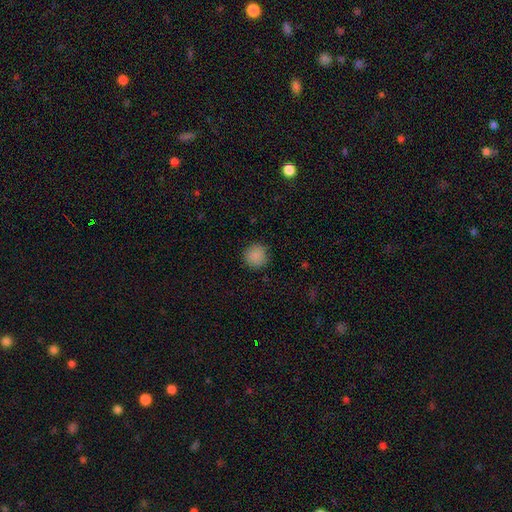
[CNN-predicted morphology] A smooth galaxy with no disk features (88%) that is round (95%).

Vote fractions:
- Smooth or featured? smooth: 88% / star or artifact: 9% / featured or disk: 3%
- How rounded? round: 95% / in between: 5% / cigar-shaped: 1%
- Merging? none: 90% / minor disturbance: 7% / major disturbance: 2% / merger: 1%